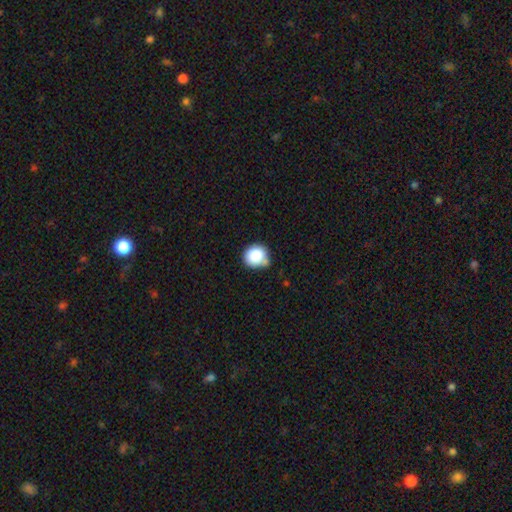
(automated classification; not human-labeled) Smooth or featured? Predicted: smooth (p=0.85). How rounded? Predicted: round (p=0.86). Merging? Predicted: none (p=0.61).